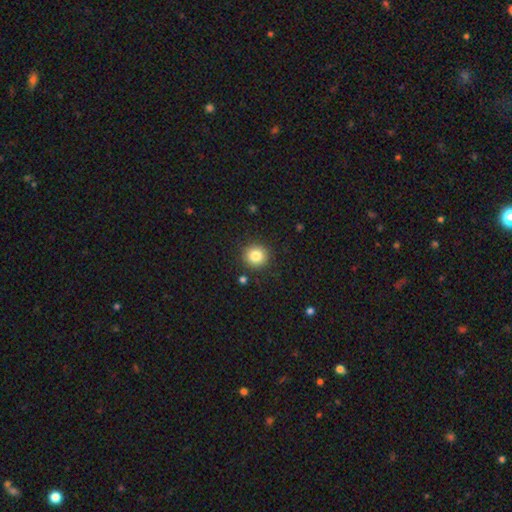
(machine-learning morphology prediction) Smooth or featured? smooth (83%)
How rounded? round (93%)
Merging? none (89%)